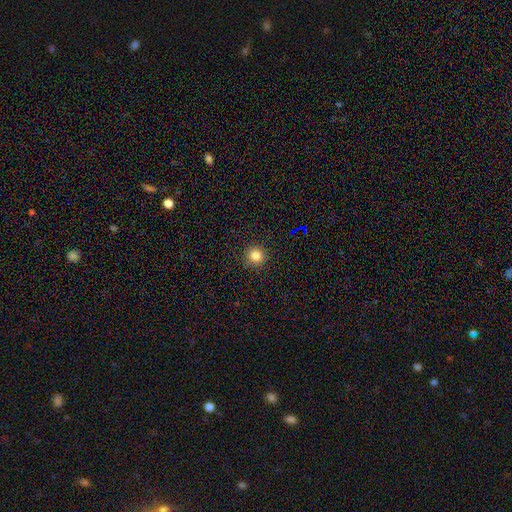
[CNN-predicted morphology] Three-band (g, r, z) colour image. It shows a smooth galaxy with no disk features (83%) that is round (93%). Merging: none (91%).